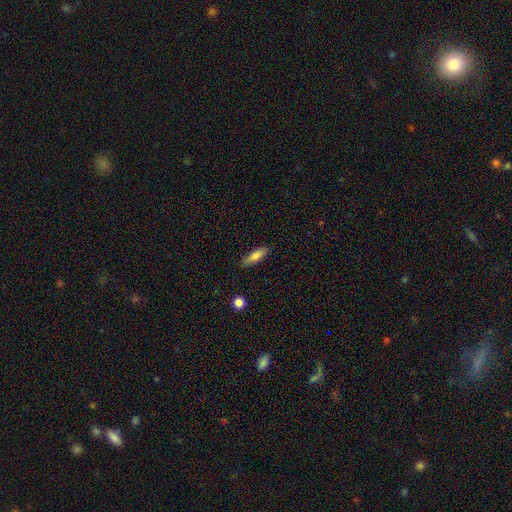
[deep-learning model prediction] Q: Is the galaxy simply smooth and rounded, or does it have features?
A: smooth — 74%.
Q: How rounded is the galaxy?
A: cigar-shaped — 56%.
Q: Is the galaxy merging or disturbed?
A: none — 81%.